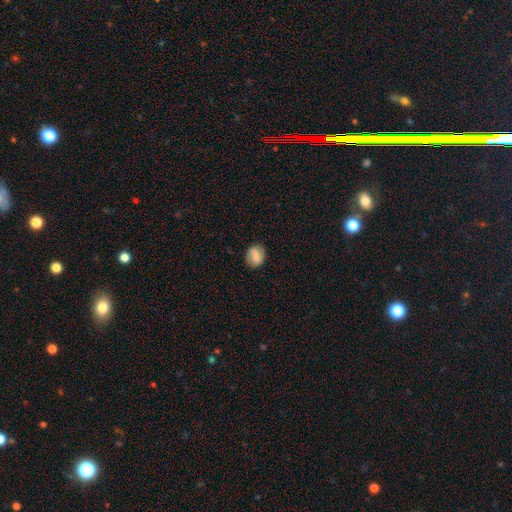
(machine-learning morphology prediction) The model was most divided on "how rounded" (2-way tie): round: 49%, in between: 49%, cigar-shaped: 2%. More confident: merging — none (83%); smooth or featured — smooth (67%).